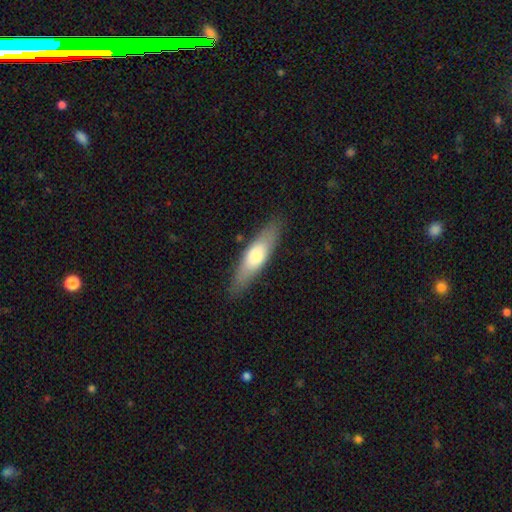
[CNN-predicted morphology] Overall: smooth (63%; featured or disk 31%). How rounded: cigar-shaped (60%; in between 38%). Merging: none (85%).